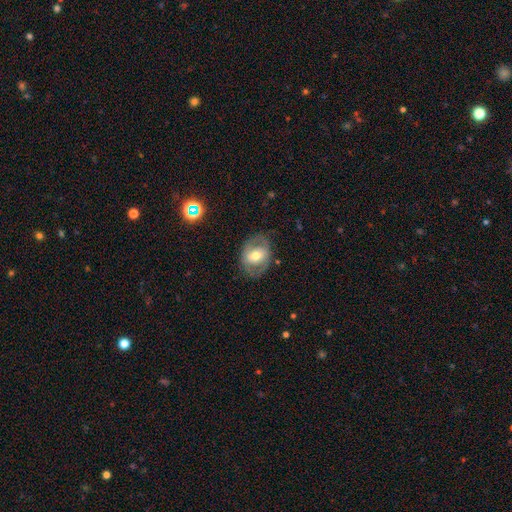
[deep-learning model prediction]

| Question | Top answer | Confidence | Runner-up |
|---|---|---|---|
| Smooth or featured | featured or disk | 51% | smooth (41%) |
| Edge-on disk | no | 94% | yes (6%) |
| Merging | none | 75% | minor disturbance (15%) |